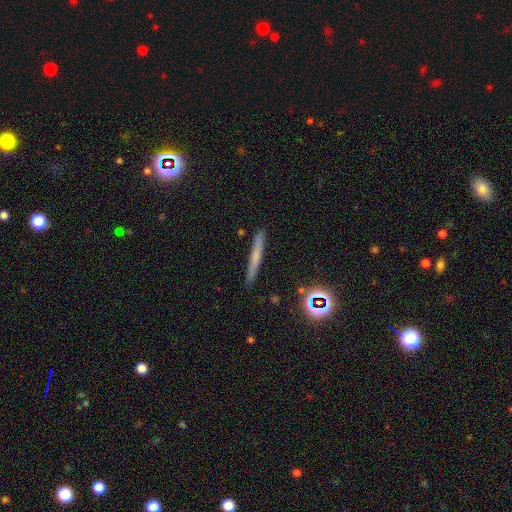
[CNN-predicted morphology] Smooth or featured: smooth — 57% (featured or disk — 31%)
How rounded: cigar-shaped — 94% (in between — 3%)
Merging: none — 89% (minor disturbance — 8%)